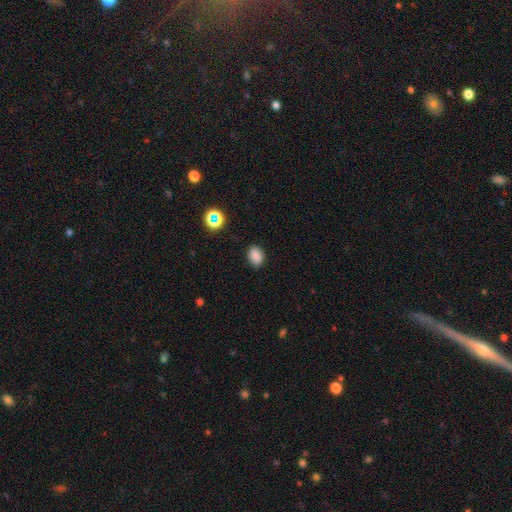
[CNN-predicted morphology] A smooth galaxy with no disk features (83%) that is in between round and cigar-shaped (73%). Merging: none (86%).